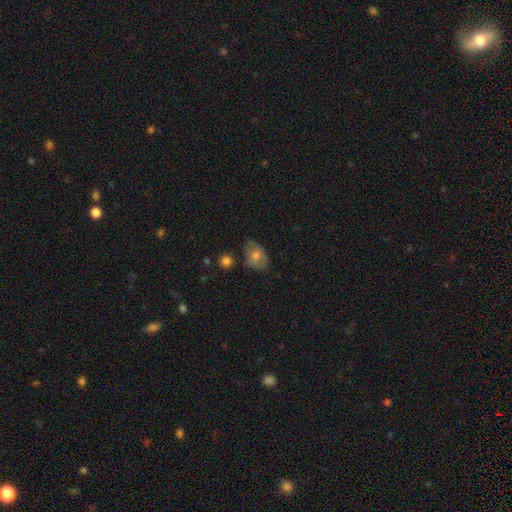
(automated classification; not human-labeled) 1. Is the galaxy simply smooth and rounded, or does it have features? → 65% smooth, 25% featured or disk, 10% star or artifact.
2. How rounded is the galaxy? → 70% in between, 29% round, 1% cigar-shaped.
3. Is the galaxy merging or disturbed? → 58% none, 27% minor disturbance, 9% major disturbance, 5% merger.